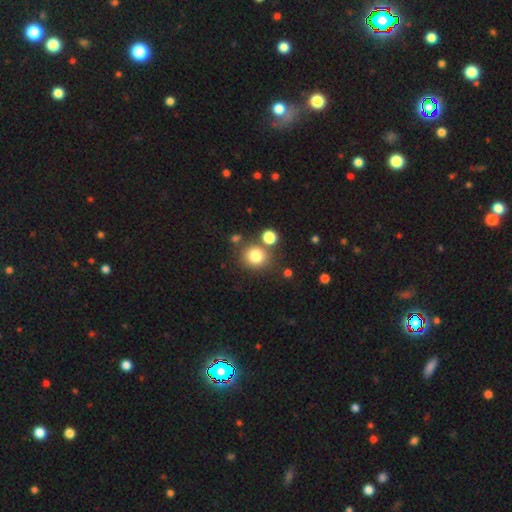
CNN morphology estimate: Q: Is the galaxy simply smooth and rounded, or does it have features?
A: smooth — 79%.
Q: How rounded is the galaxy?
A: round — 86%.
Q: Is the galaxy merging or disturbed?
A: none — 74%.